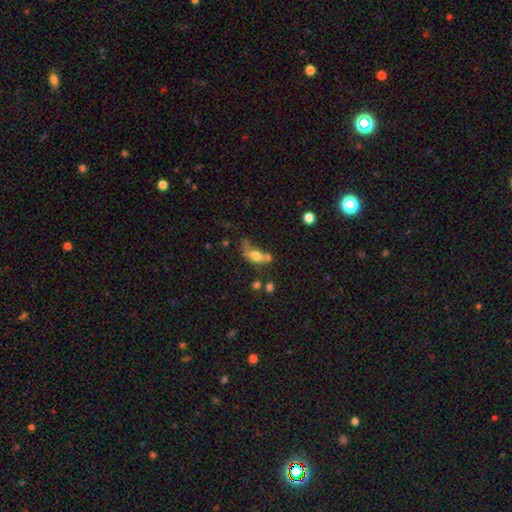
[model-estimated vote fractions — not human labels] smooth-or-featured: smooth: 66% | featured or disk: 23% | star or artifact: 11%
  how-rounded: in between: 76% | round: 14% | cigar-shaped: 10%
  merging: merger: 34% | major disturbance: 25% | none: 21% | minor disturbance: 20%